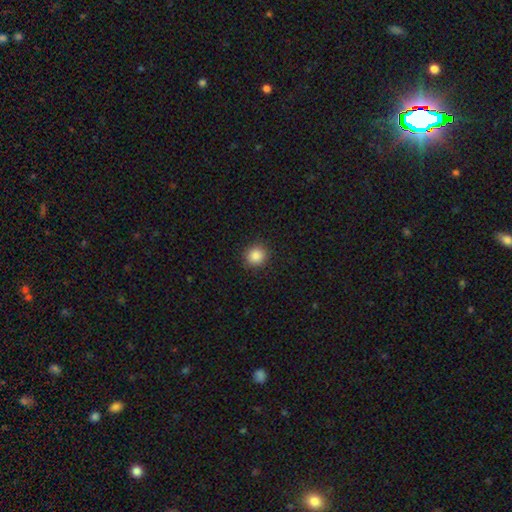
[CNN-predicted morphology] A smooth galaxy with no disk features (86%) that is round (91%). Merging: none (91%).